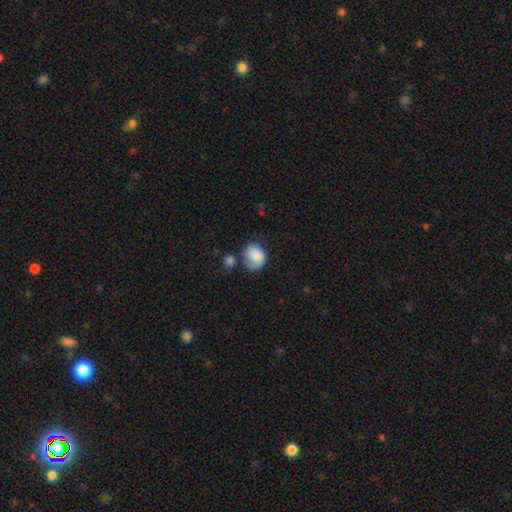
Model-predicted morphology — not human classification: Smooth or featured? smooth (84%)
How rounded? in between (54%)
Merging? none (48%)